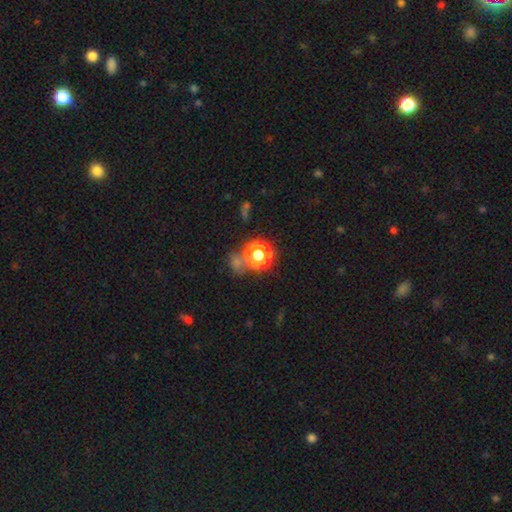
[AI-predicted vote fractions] smooth-or-featured: star or artifact: 60% | smooth: 31% | featured or disk: 8%